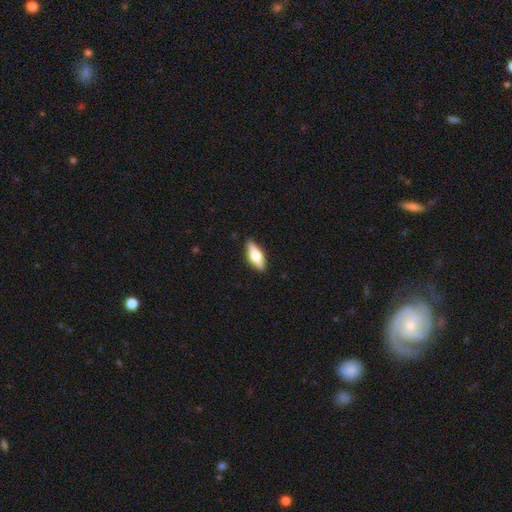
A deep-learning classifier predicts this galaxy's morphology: Smooth or featured?
  - smooth: 52% *
  - featured or disk: 42%
  - star or artifact: 6%
How rounded?
  - in between: 67% *
  - cigar-shaped: 31%
  - round: 3%
Merging?
  - none: 88% *
  - minor disturbance: 9%
  - major disturbance: 2%
  - merger: 1%